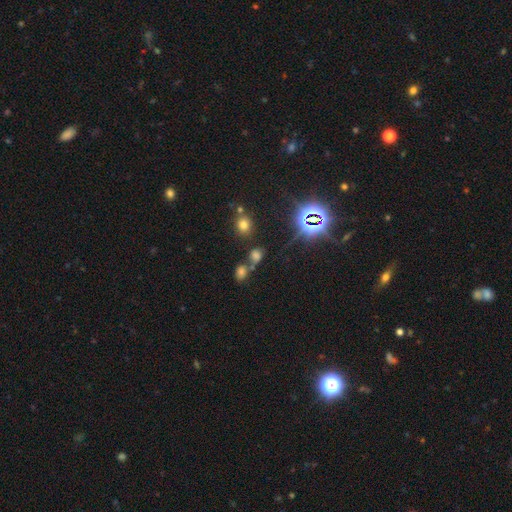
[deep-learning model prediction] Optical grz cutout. It shows a smooth galaxy with no disk features (47%). Merging: none (51%).